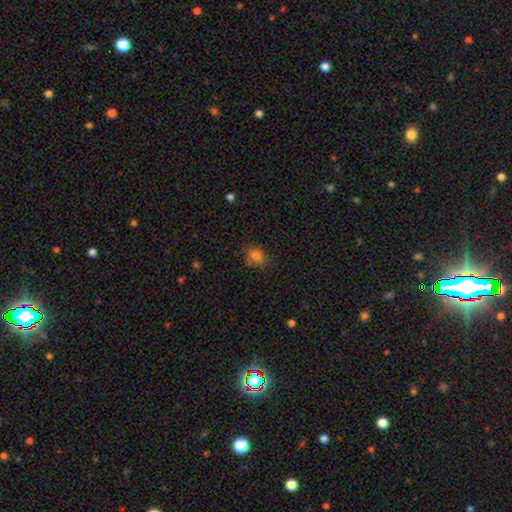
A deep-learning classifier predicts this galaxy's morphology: smooth 74%, star or artifact 18%, featured or disk 8%. Down the decision tree: how rounded — in between (63%); merging — none (58%).